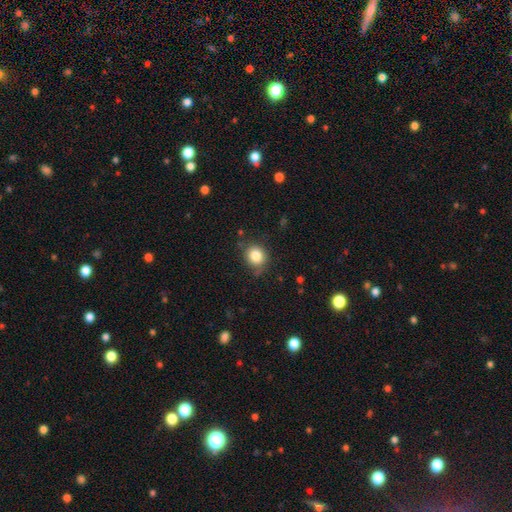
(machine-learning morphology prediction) The model was most divided on "how rounded": round: 80%, in between: 19%, cigar-shaped: 1%. More confident: smooth or featured — smooth (82%); merging — none (77%).